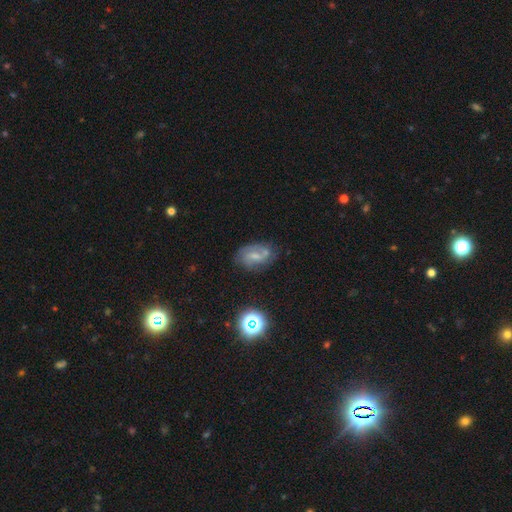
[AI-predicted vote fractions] Smooth or featured? featured or disk (53%)
Edge-on disk? no (95%)
Bar? weak (50%)
Spiral arms? yes (73%)
Bulge size? small (48%)
Merging? none (59%)